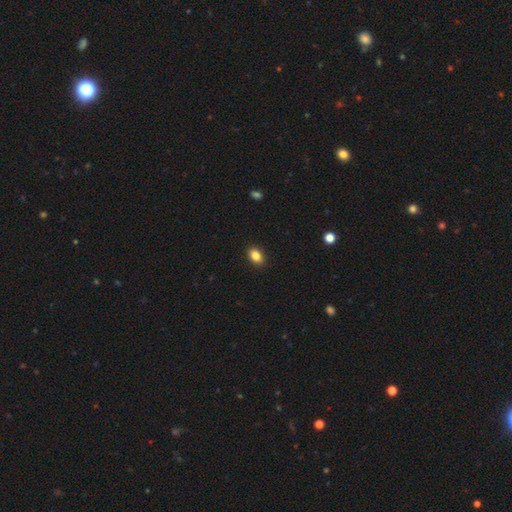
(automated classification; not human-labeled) smooth_or_featured: smooth (p=0.86) [alt: star or artifact p=0.09]
how_rounded: in between (p=0.81) [alt: round p=0.17]
merging: none (p=0.90) [alt: minor disturbance p=0.07]